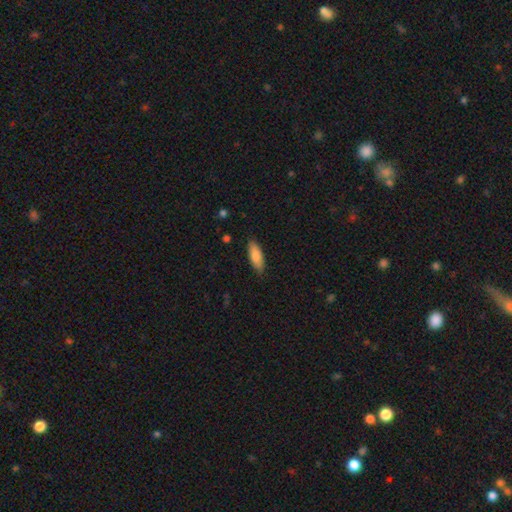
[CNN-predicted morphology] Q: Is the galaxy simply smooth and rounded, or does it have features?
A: smooth — 85%.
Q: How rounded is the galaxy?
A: in between — 63%.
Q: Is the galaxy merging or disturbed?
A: none — 86%.